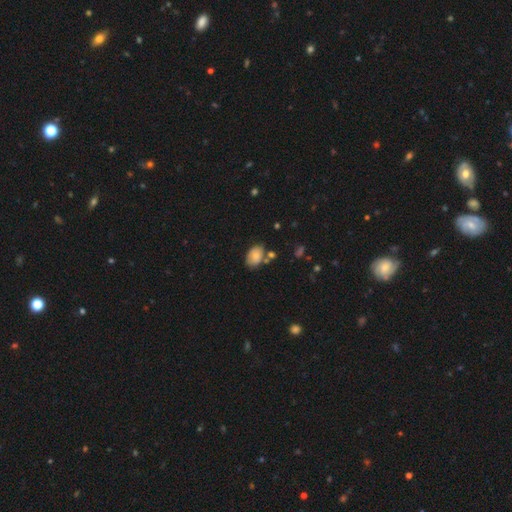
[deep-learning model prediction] smooth_or_featured: smooth (p=0.76) [alt: featured or disk p=0.16]
how_rounded: in between (p=0.84) [alt: round p=0.15]
merging: none (p=0.65) [alt: minor disturbance p=0.18]